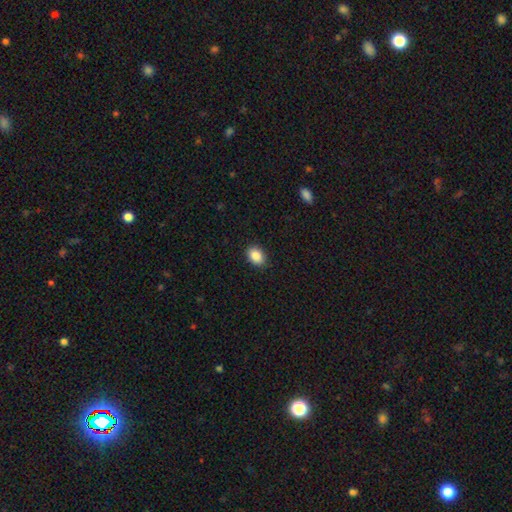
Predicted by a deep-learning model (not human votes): This appears to be a smooth galaxy with no disk features (87%) that is in between round and cigar-shaped (75%). Merging: none (89%).